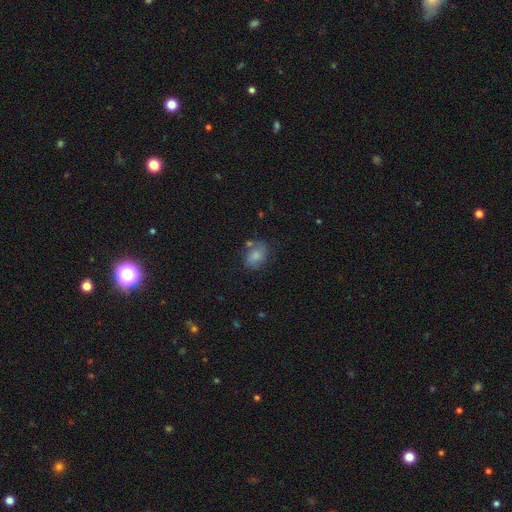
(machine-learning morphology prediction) smooth-or-featured: smooth: 77% | featured or disk: 14% | star or artifact: 9%
  how-rounded: in between: 75% | round: 24% | cigar-shaped: 1%
  merging: none: 63% | minor disturbance: 21% | merger: 9% | major disturbance: 7%